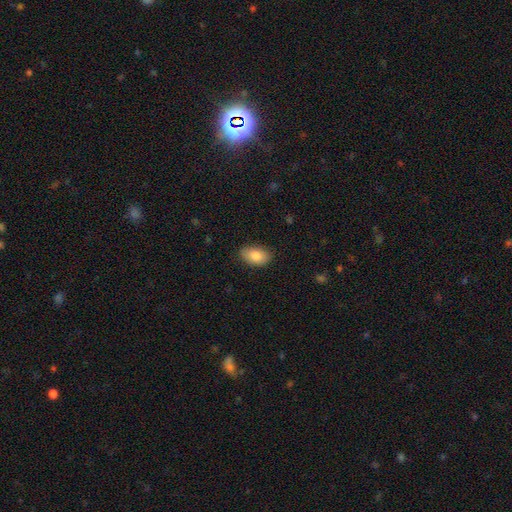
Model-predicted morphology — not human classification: Overall: smooth (86%). How rounded: in between (92%). Merging: none (85%).